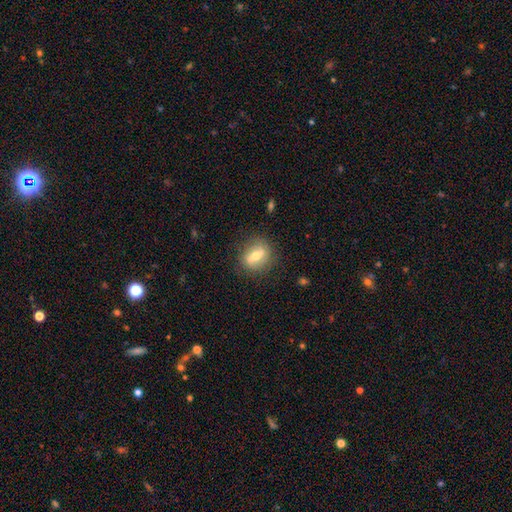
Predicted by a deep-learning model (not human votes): Q: Smooth or featured?
A: smooth (48%); runner-up: featured or disk (44%)
Q: Merging?
A: none (82%); runner-up: minor disturbance (13%)